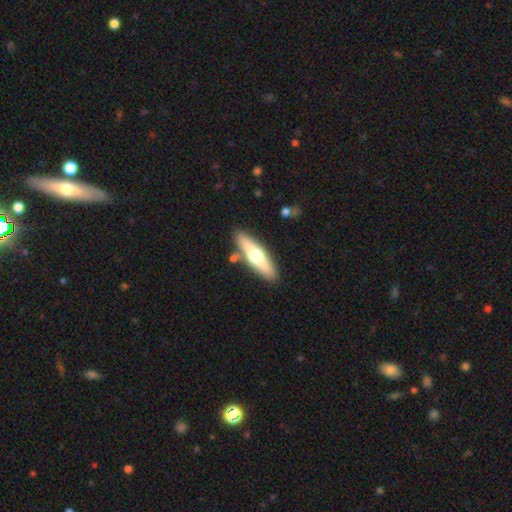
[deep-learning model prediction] The model was most divided on "smooth or featured" (2-way tie): featured or disk: 47%, smooth: 47%, star or artifact: 5%. More confident: merging — none (84%).